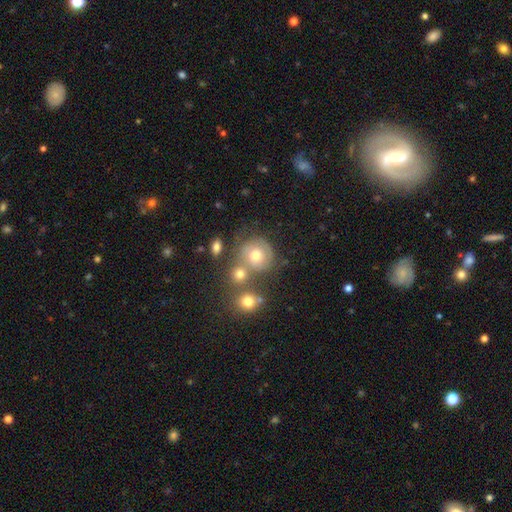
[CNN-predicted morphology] This appears to be a smooth galaxy with no disk features (56%) that is round (84%). Merging: none (53%).